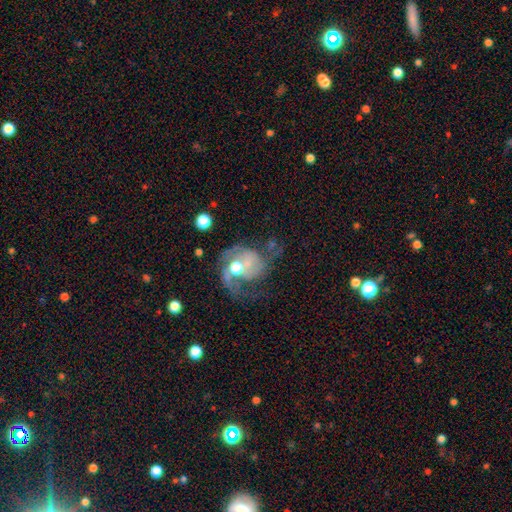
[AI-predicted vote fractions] Smooth or featured? featured or disk (79%)
Edge-on disk? no (97%)
Bar? no (55%)
Spiral arms? yes (92%)
Spiral winding? medium (46%)
Spiral arm count? 2 (42%)
Bulge size? moderate (62%)
Merging? none (50%)